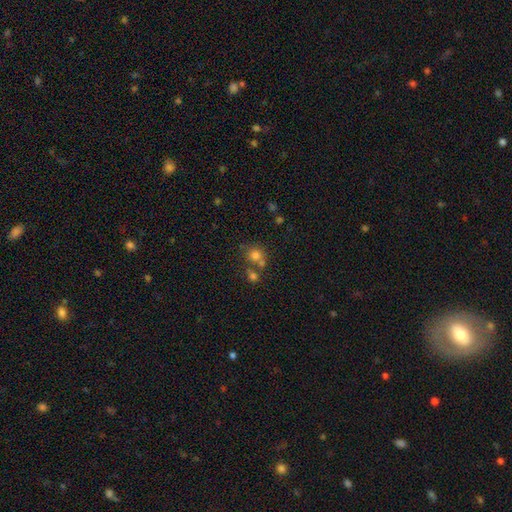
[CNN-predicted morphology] Smooth or featured? Predicted: smooth (p=0.73). How rounded? Predicted: round (p=0.82). Merging? Predicted: none (p=0.50).